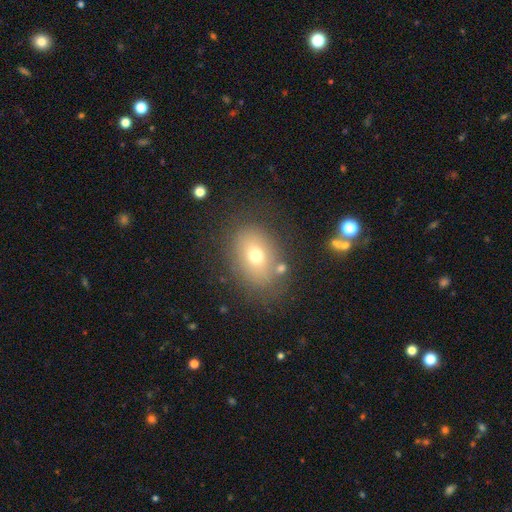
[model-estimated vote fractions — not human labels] Smooth or featured? Predicted: smooth (p=0.65). How rounded? Predicted: in between (p=0.72). Merging? Predicted: none (p=0.76).